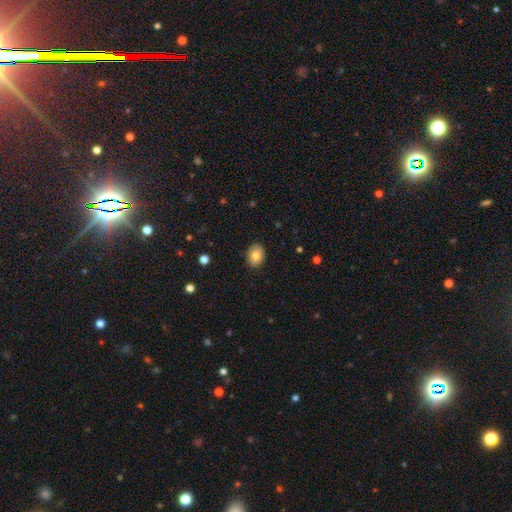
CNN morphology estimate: The model was most divided on "how rounded": in between: 68%, round: 31%, cigar-shaped: 1%. More confident: merging — none (86%); smooth or featured — smooth (81%).